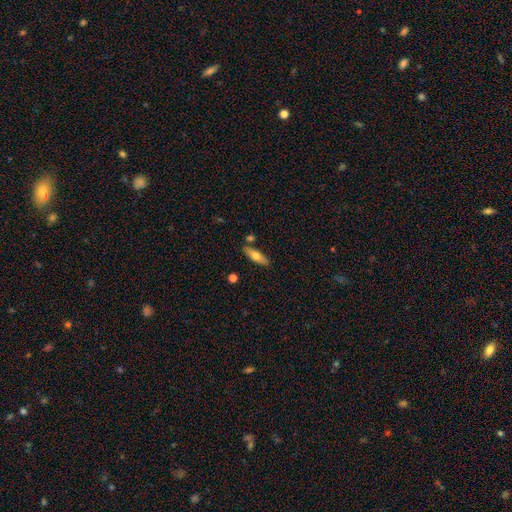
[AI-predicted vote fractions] smooth_or_featured: smooth (p=0.60) [alt: featured or disk p=0.33]
how_rounded: cigar-shaped (p=0.54) [alt: in between p=0.44]
merging: none (p=0.81) [alt: minor disturbance p=0.10]